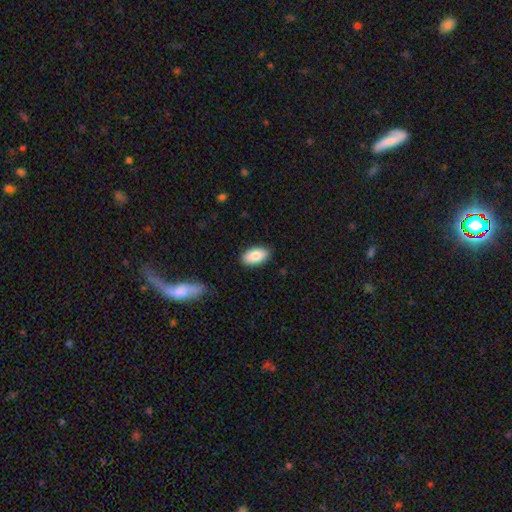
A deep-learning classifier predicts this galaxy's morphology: Smooth or featured: smooth — 83% (featured or disk — 10%)
How rounded: in between — 95% (round — 3%)
Merging: none — 86% (minor disturbance — 10%)